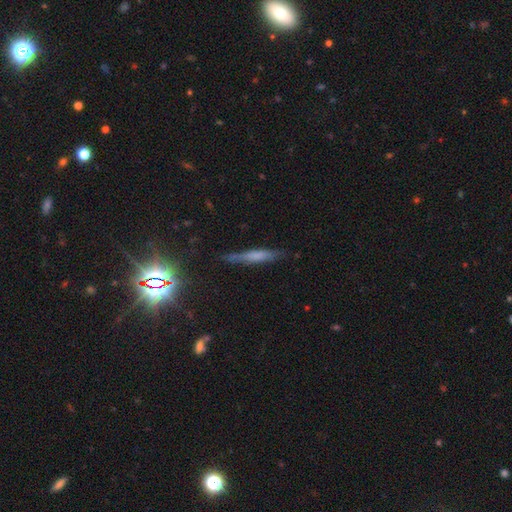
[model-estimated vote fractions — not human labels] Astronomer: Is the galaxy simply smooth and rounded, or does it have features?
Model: smooth — 49% (runner-up: featured or disk, 38%).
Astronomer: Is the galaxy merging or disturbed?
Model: none — 77%.